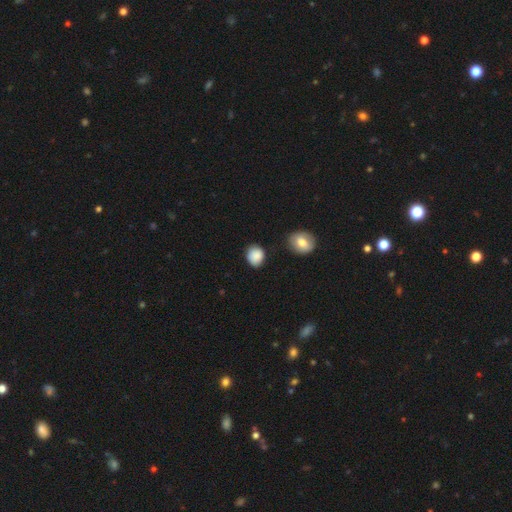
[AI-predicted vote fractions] This appears to be a smooth galaxy with no disk features (87%) that is round (69%). Merging: none (73%).